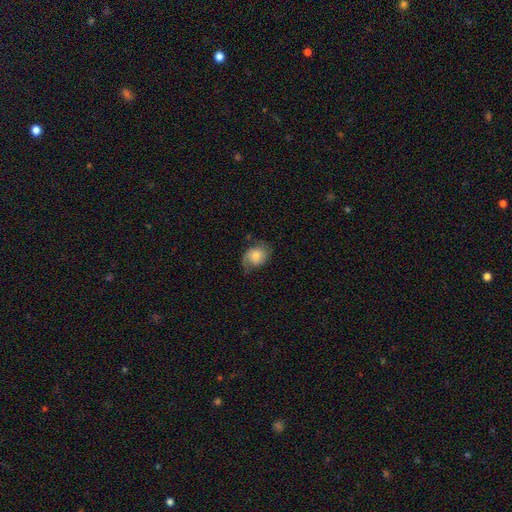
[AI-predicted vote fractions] Q: Smooth or featured?
A: smooth (53%); runner-up: featured or disk (39%)
Q: How rounded?
A: in between (58%); runner-up: round (41%)
Q: Merging?
A: none (56%); runner-up: minor disturbance (30%)